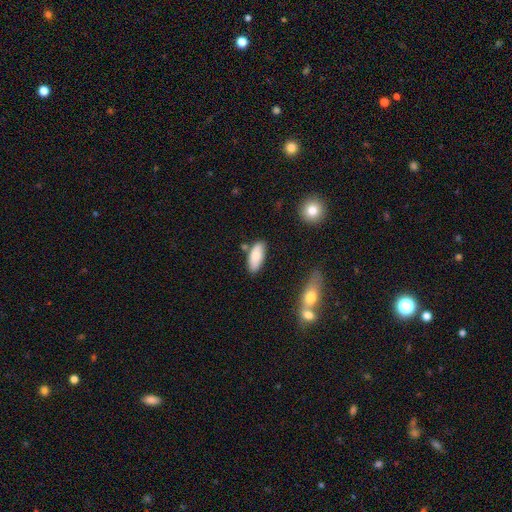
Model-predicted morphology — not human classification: Overall: smooth (81%). How rounded: in between (80%). Merging: none (76%).